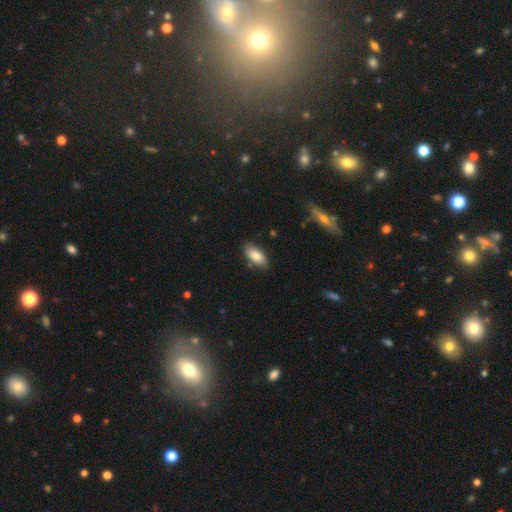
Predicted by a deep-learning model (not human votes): Q: Smooth or featured?
A: smooth (82%); runner-up: featured or disk (10%)
Q: How rounded?
A: in between (90%); runner-up: cigar-shaped (7%)
Q: Merging?
A: none (82%); runner-up: minor disturbance (13%)